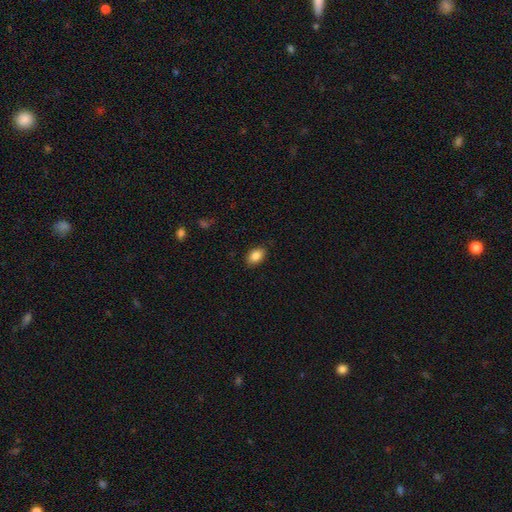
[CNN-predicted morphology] smooth 87%, star or artifact 8%, featured or disk 5%. Down the decision tree: how rounded — in between (89%); merging — none (87%).